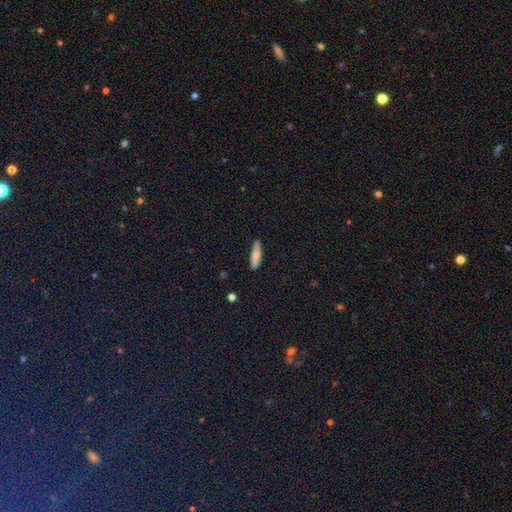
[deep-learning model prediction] smooth_or_featured: smooth (p=0.79) [alt: featured or disk p=0.15]
how_rounded: cigar-shaped (p=0.70) [alt: in between p=0.28]
merging: none (p=0.87) [alt: minor disturbance p=0.10]